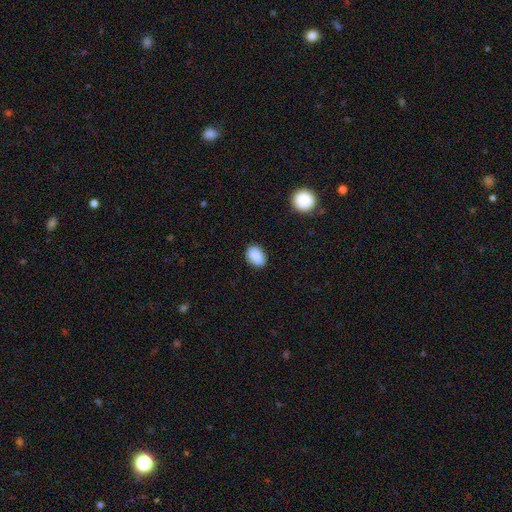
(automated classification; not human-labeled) smooth_or_featured: smooth (p=0.85) [alt: star or artifact p=0.08]
how_rounded: in between (p=0.74) [alt: round p=0.24]
merging: none (p=0.85) [alt: minor disturbance p=0.11]